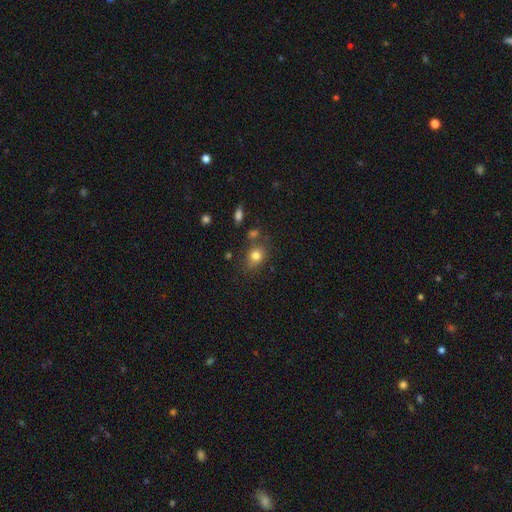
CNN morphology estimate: Smooth or featured?
  - smooth: 80% *
  - star or artifact: 11%
  - featured or disk: 9%
How rounded?
  - round: 50% *
  - in between: 49%
  - cigar-shaped: 1%
Merging?
  - none: 69% *
  - minor disturbance: 17%
  - merger: 9%
  - major disturbance: 5%